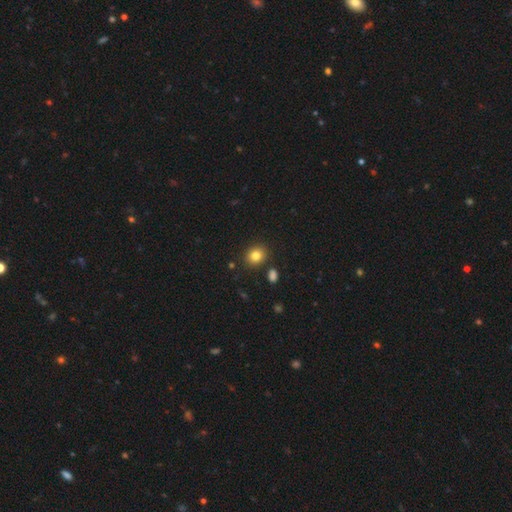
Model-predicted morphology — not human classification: Overall: smooth (83%). How rounded: round (66%; in between 33%). Merging: none (86%).